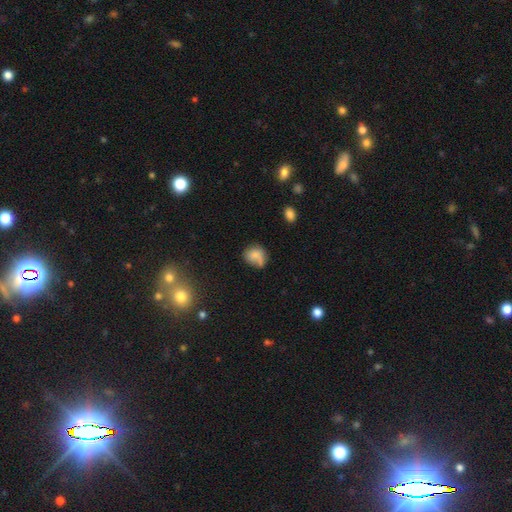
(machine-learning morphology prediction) Smooth or featured? smooth (73%)
How rounded? round (61%)
Merging? none (44%)